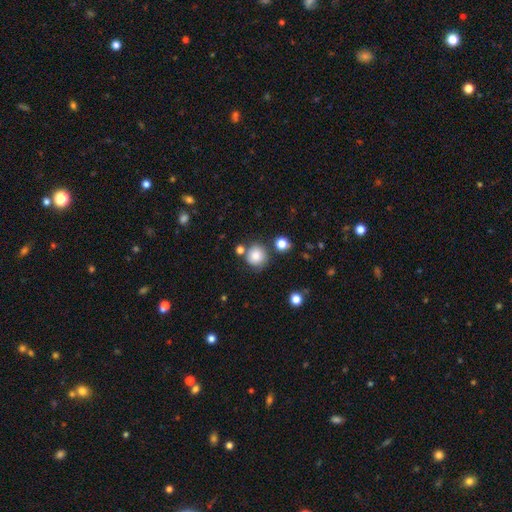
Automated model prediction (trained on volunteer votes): smooth_or_featured: smooth (p=0.80) [alt: star or artifact p=0.10]
how_rounded: round (p=0.90) [alt: in between p=0.09]
merging: none (p=0.73) [alt: minor disturbance p=0.14]